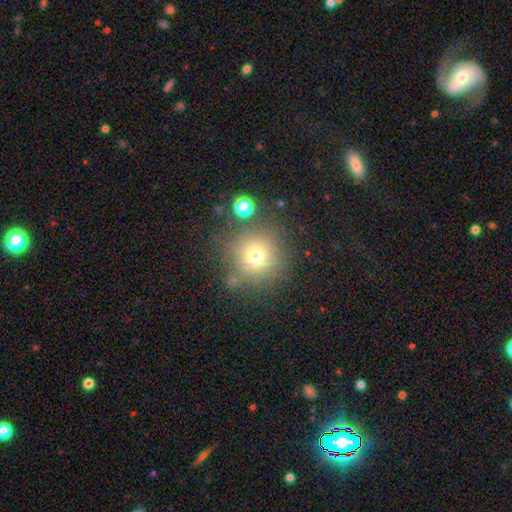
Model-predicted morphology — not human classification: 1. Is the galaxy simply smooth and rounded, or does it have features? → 72% smooth, 16% star or artifact, 11% featured or disk.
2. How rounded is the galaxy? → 94% round, 5% in between, 1% cigar-shaped.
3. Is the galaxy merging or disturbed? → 78% none, 11% minor disturbance, 7% merger, 5% major disturbance.